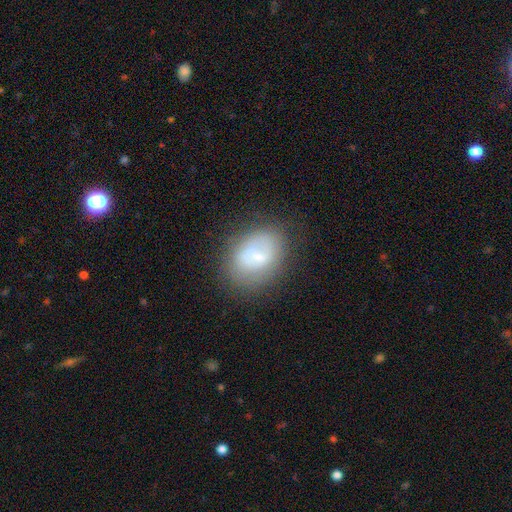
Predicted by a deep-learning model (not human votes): Smooth or featured? smooth (52%)
How rounded? in between (63%)
Merging? none (65%)